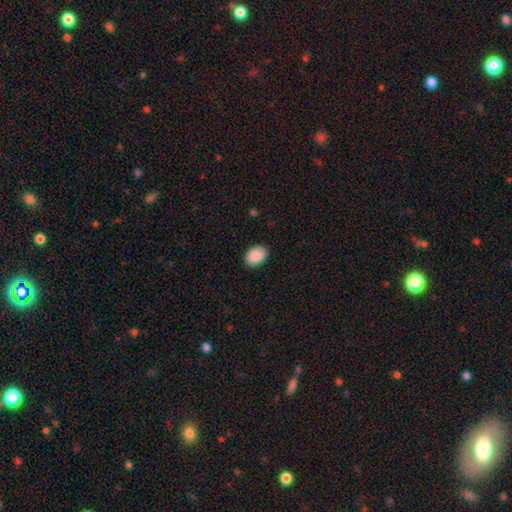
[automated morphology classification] Q: Smooth or featured?
A: smooth (90%); runner-up: star or artifact (7%)
Q: How rounded?
A: in between (79%); runner-up: round (20%)
Q: Merging?
A: none (90%); runner-up: minor disturbance (7%)